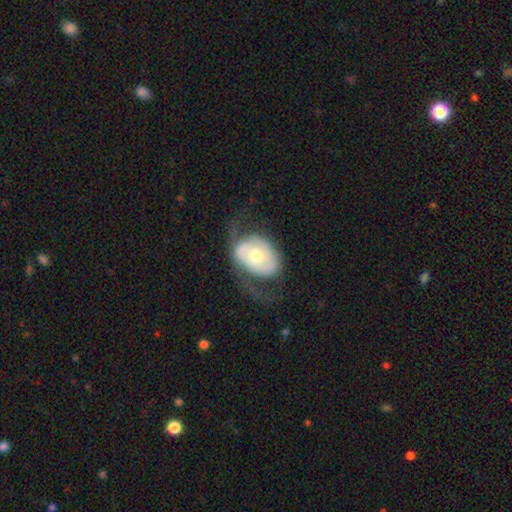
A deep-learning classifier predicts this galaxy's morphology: smooth-or-featured: featured or disk: 69% | smooth: 26% | star or artifact: 6%
  disk-edge-on: no: 95% | yes: 5%
    bar: no: 70% | weak: 22% | strong: 8%
    has-spiral-arms: yes: 74% | no: 26%
    bulge-size: moderate: 65% | small: 26% | large: 7% | dominant: 1% | none: 1%
  merging: none: 47% | major disturbance: 29% | minor disturbance: 22% | merger: 2%